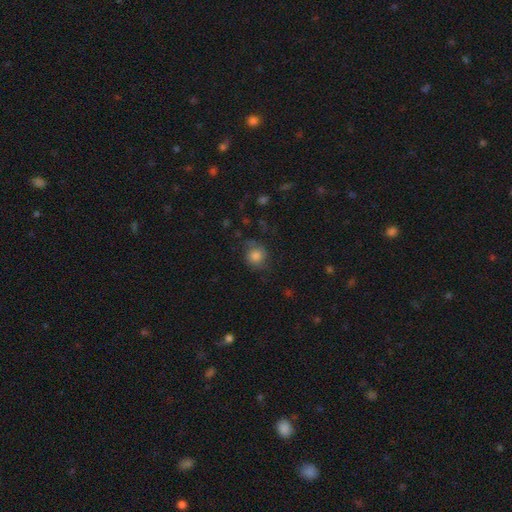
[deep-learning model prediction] smooth-or-featured: smooth: 80% | star or artifact: 10% | featured or disk: 9%
  how-rounded: round: 83% | in between: 16% | cigar-shaped: 1%
  merging: none: 68% | minor disturbance: 21% | major disturbance: 9% | merger: 2%